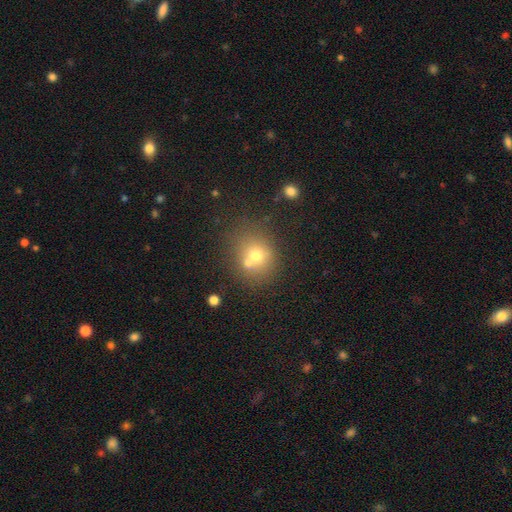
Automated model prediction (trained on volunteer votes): Smooth or featured: smooth — 66% (featured or disk — 18%)
How rounded: round — 79% (in between — 21%)
Merging: none — 53% (merger — 32%)